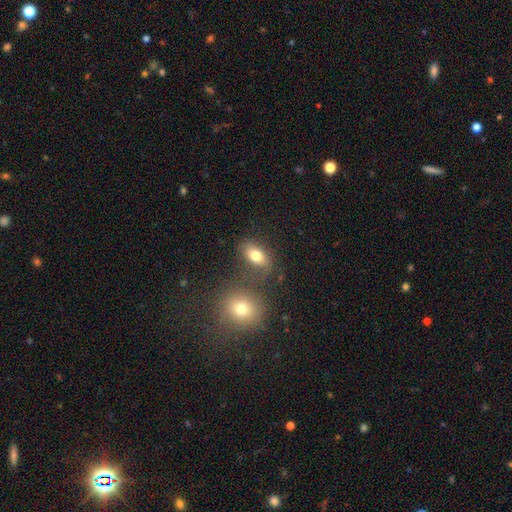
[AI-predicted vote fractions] Smooth or featured?
  - smooth: 76% *
  - featured or disk: 13%
  - star or artifact: 11%
How rounded?
  - in between: 82% *
  - round: 14%
  - cigar-shaped: 4%
Merging?
  - none: 68% *
  - merger: 15%
  - minor disturbance: 13%
  - major disturbance: 5%